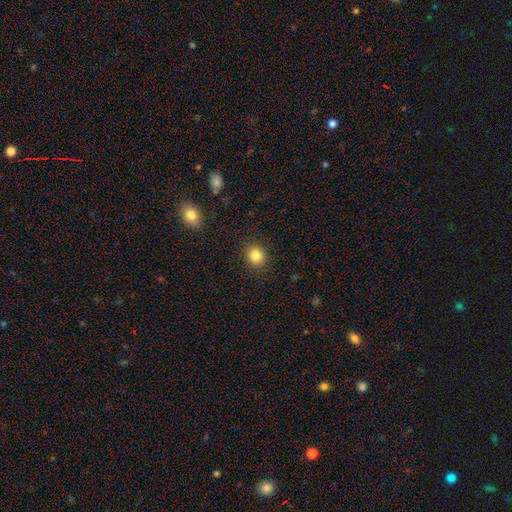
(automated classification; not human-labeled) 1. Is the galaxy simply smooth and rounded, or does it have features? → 84% smooth, 11% star or artifact, 5% featured or disk.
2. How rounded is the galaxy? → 75% round, 24% in between, 1% cigar-shaped.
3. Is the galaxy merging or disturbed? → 90% none, 7% minor disturbance, 2% major disturbance, 1% merger.